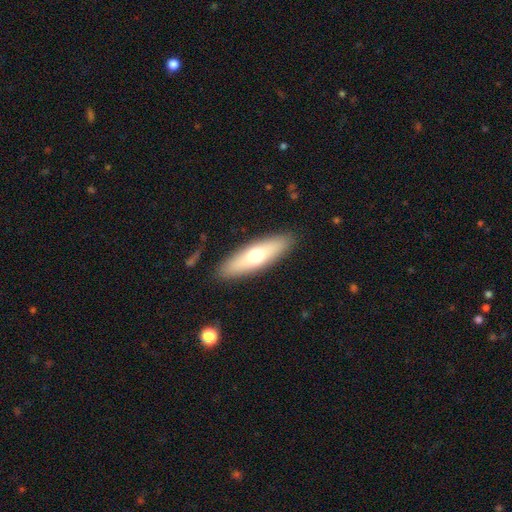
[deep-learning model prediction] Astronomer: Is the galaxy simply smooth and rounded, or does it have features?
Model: smooth — 59%.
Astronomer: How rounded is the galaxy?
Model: cigar-shaped — 54% (runner-up: in between, 43%).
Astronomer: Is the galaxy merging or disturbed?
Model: none — 88%.